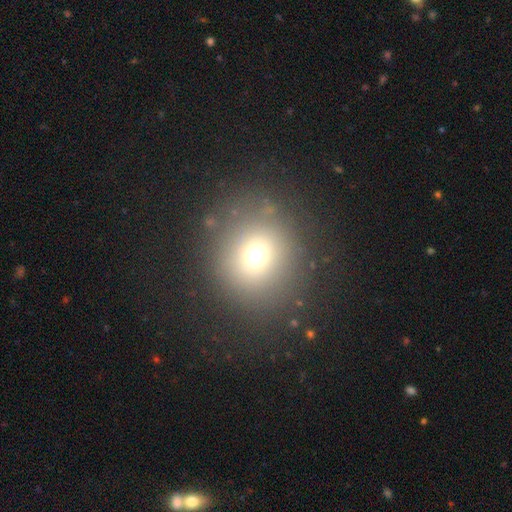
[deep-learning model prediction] A smooth galaxy with no disk features (68%) that is round (89%). Merging: none (83%).